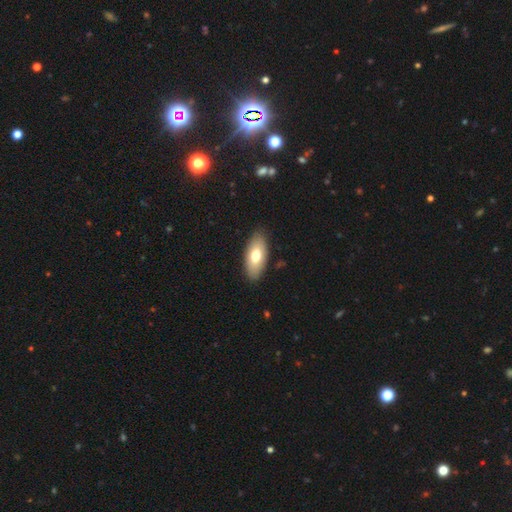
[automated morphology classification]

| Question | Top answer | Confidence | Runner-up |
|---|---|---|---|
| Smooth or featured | smooth | 71% | featured or disk (23%) |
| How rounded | in between | 89% | cigar-shaped (9%) |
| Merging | none | 87% | minor disturbance (10%) |